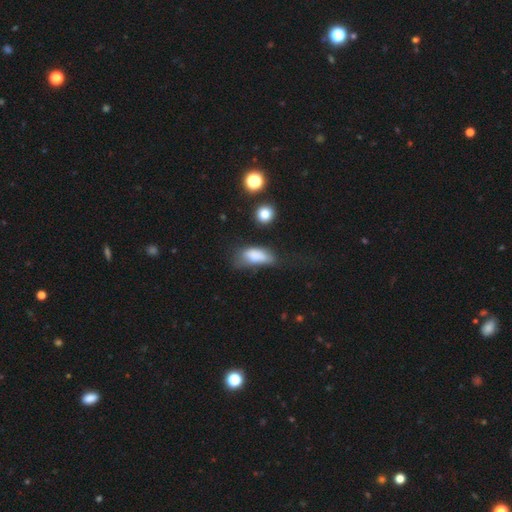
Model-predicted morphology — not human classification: type=smooth (76%); roundness=in between (83%); merging=minor disturbance (35%).